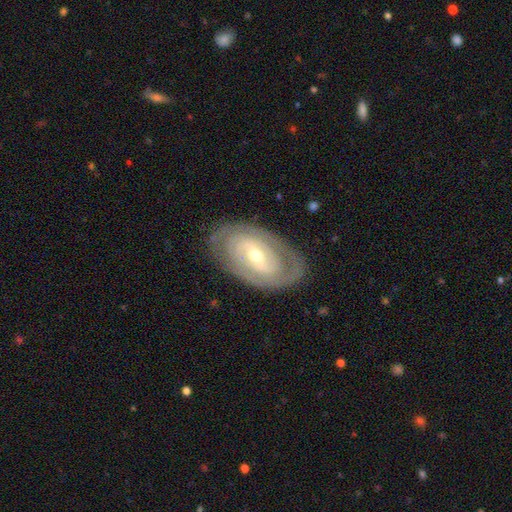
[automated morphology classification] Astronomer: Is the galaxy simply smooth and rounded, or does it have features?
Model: featured or disk — 81%.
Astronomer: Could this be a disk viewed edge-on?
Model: no — 94%.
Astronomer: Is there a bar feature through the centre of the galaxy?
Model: weak — 43% (runner-up: no, 31%).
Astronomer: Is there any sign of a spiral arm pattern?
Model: yes — 85%.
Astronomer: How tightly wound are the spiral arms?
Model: tight — 71%.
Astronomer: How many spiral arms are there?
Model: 2 — 52% (runner-up: can't tell, 30%).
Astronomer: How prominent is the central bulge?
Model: moderate — 51% (runner-up: small, 44%).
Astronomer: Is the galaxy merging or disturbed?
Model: none — 81%.